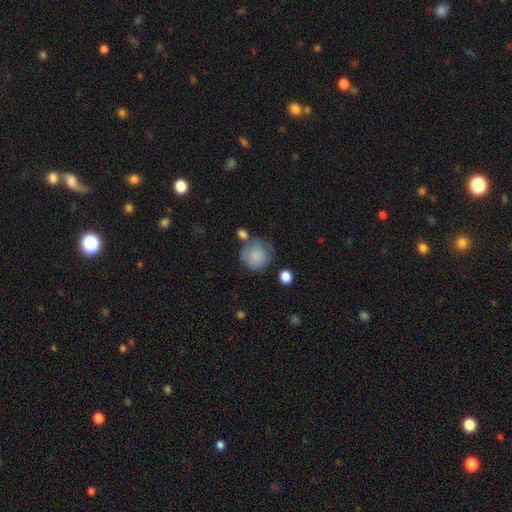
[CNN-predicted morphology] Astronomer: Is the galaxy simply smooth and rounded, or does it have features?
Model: smooth — 83%.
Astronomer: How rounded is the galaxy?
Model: round — 91%.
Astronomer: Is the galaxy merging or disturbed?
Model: none — 63%.